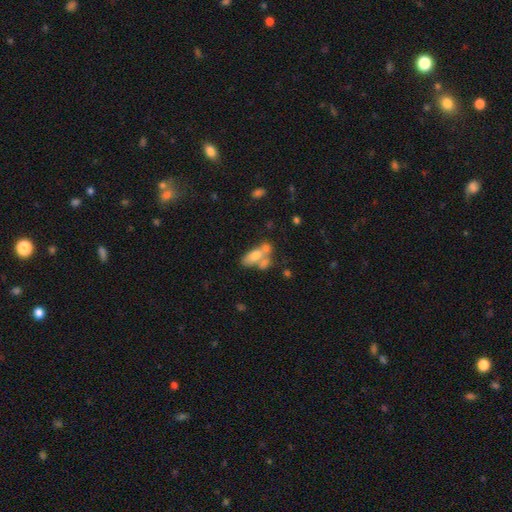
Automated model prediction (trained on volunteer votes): The model was most divided on "merging": merger: 48%, none: 30%, minor disturbance: 13%, major disturbance: 9%. More confident: how rounded — in between (78%); smooth or featured — smooth (62%).